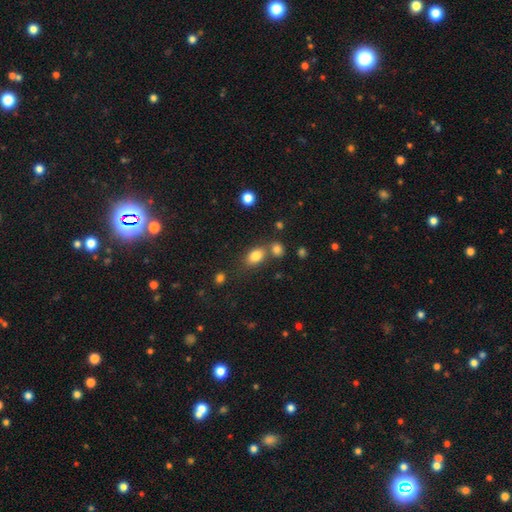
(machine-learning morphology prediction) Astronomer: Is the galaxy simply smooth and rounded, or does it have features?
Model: smooth — 82%.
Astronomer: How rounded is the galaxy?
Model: in between — 79%.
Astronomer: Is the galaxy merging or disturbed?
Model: none — 60%.